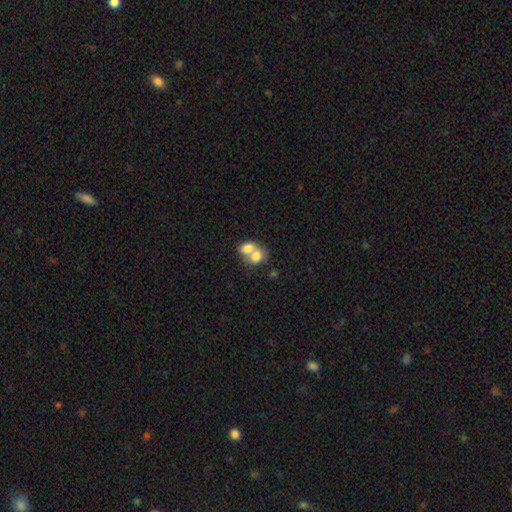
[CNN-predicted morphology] type=smooth (74%); roundness=in between (57%); merging=merger (74%).